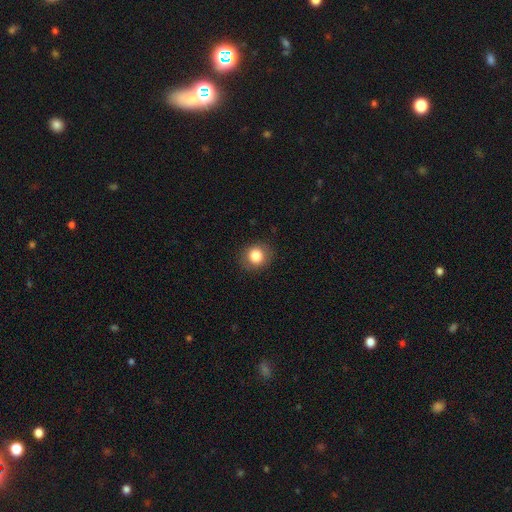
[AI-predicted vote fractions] This appears to be a smooth galaxy with no disk features (83%) that is round (79%). Merging: none (86%).